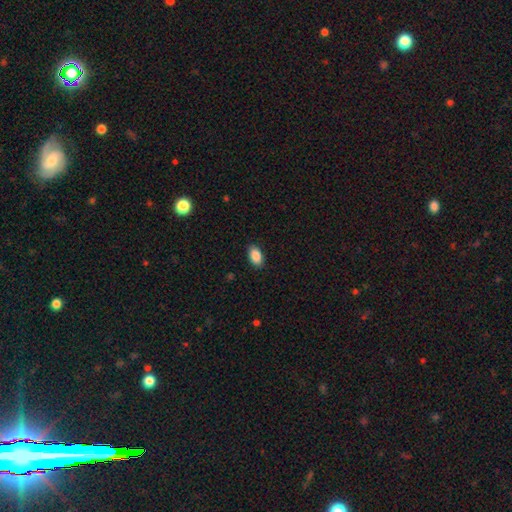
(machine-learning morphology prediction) This appears to be a smooth galaxy with no disk features (89%) that is in between round and cigar-shaped (92%). Merging: none (88%).